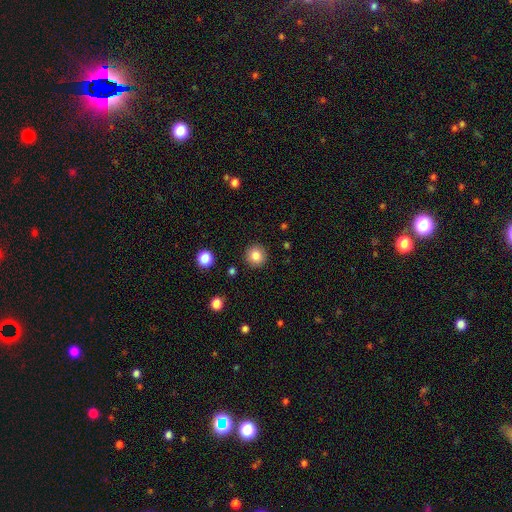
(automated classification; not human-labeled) A smooth galaxy with no disk features (83%) that is round (94%).

Vote fractions:
- Smooth or featured? smooth: 83% / star or artifact: 11% / featured or disk: 6%
- How rounded? round: 94% / in between: 5% / cigar-shaped: 1%
- Merging? none: 91% / minor disturbance: 6% / major disturbance: 2% / merger: 1%